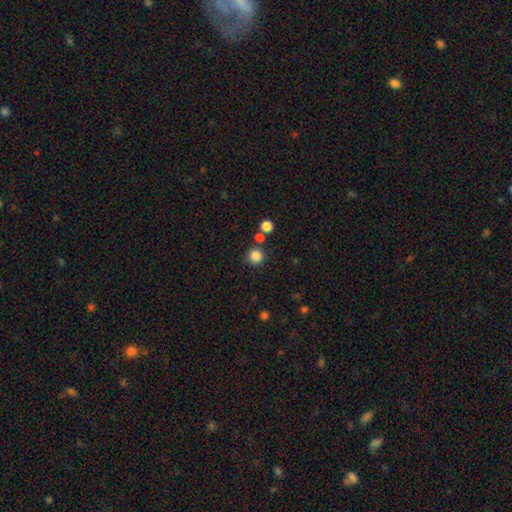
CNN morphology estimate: Smooth or featured: smooth — 84% (star or artifact — 12%)
How rounded: round — 95% (in between — 4%)
Merging: none — 83% (merger — 8%)